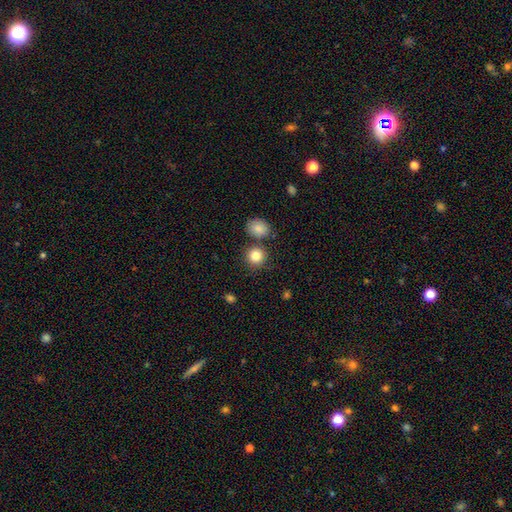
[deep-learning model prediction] A smooth galaxy with no disk features (84%) that is round (89%). Merging: none (76%).